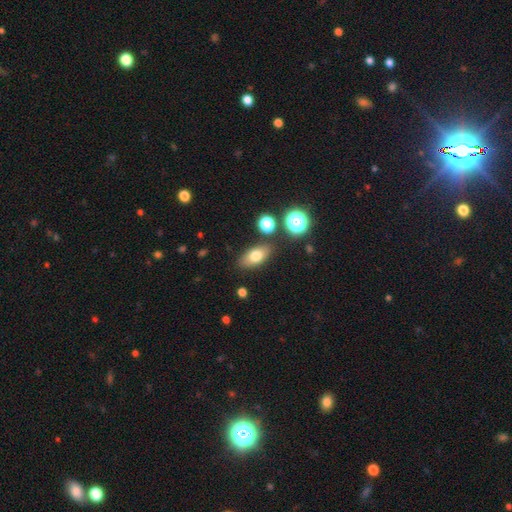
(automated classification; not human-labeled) A smooth galaxy with no disk features (74%) that is in between round and cigar-shaped (84%).

Vote fractions:
- Smooth or featured? smooth: 74% / featured or disk: 16% / star or artifact: 10%
- How rounded? in between: 84% / round: 9% / cigar-shaped: 8%
- Merging? none: 81% / minor disturbance: 11% / merger: 5% / major disturbance: 3%